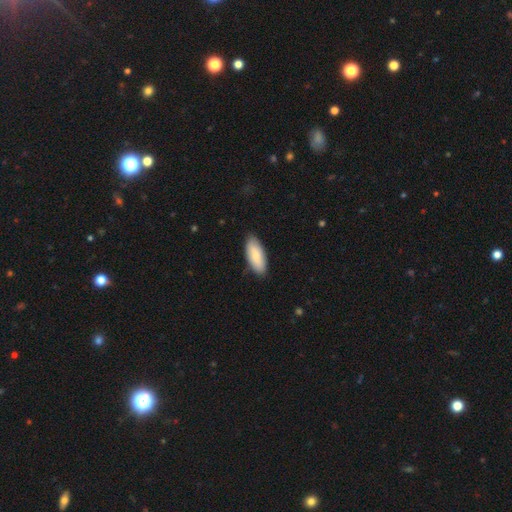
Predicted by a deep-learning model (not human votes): The model was most divided on "smooth or featured": smooth: 78%, featured or disk: 17%, star or artifact: 5%. More confident: how rounded — in between (84%); merging — none (84%).